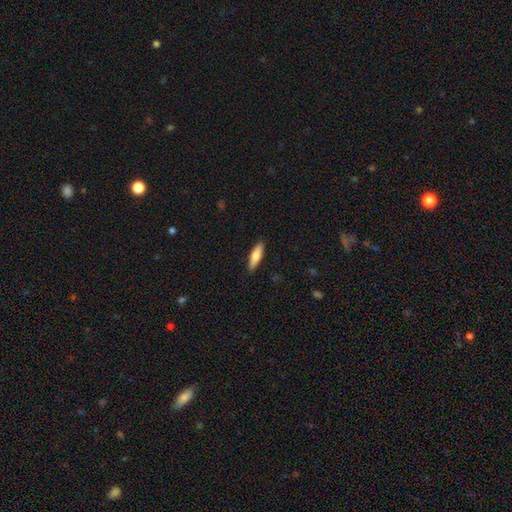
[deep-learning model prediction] Smooth or featured?
  - smooth: 69% *
  - featured or disk: 26%
  - star or artifact: 5%
How rounded?
  - cigar-shaped: 63% *
  - in between: 35%
  - round: 2%
Merging?
  - none: 90% *
  - minor disturbance: 7%
  - major disturbance: 2%
  - merger: 1%